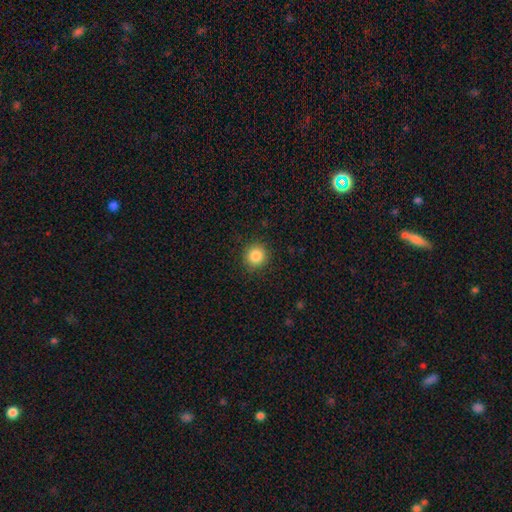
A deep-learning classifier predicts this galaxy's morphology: This appears to be a smooth galaxy with no disk features (86%) that is round (91%). Merging: none (91%).